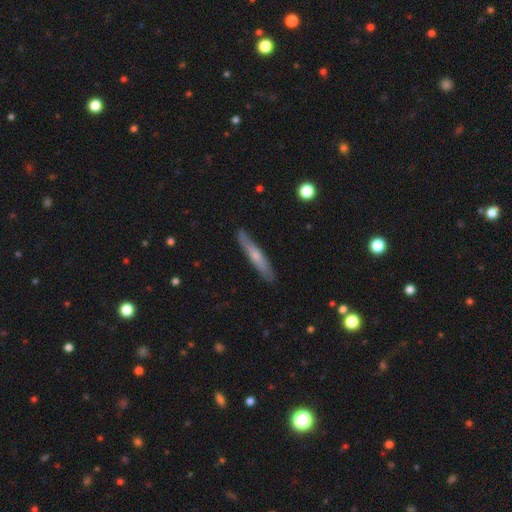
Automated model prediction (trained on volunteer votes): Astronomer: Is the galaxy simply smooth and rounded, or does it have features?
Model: smooth — 50% (runner-up: featured or disk, 44%).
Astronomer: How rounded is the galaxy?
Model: cigar-shaped — 92%.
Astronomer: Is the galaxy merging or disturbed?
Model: none — 84%.